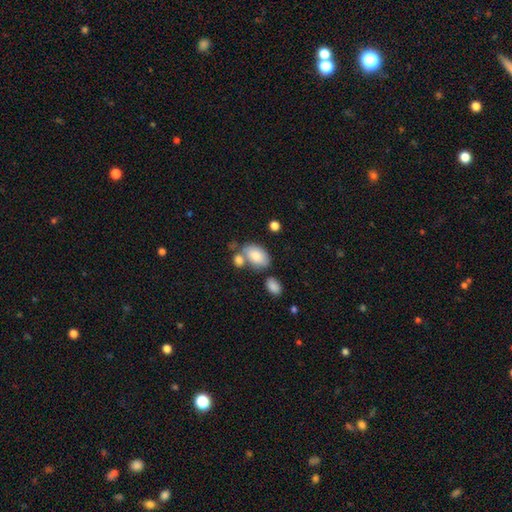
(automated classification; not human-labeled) smooth_or_featured: smooth (p=0.81) [alt: featured or disk p=0.12]
how_rounded: in between (p=0.91) [alt: round p=0.08]
merging: none (p=0.49) [alt: merger p=0.28]